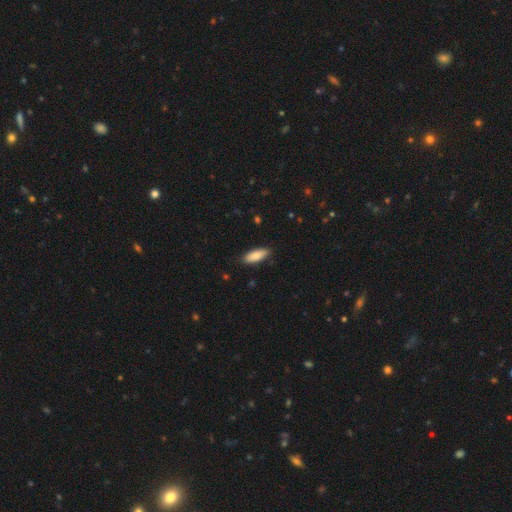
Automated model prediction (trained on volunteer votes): Smooth or featured?
  - smooth: 85% *
  - featured or disk: 9%
  - star or artifact: 6%
How rounded?
  - in between: 69% *
  - cigar-shaped: 30%
  - round: 2%
Merging?
  - none: 86% *
  - minor disturbance: 11%
  - major disturbance: 2%
  - merger: 1%